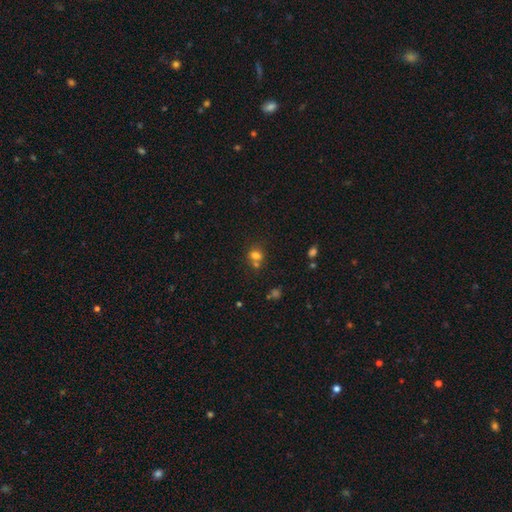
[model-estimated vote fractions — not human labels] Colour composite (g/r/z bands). It shows a smooth galaxy with no disk features (73%) that is round (60%). Merging: none (45%).